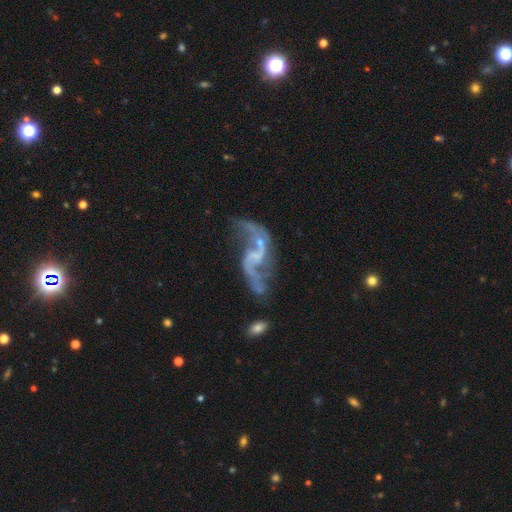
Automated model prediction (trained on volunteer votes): Smooth or featured? Predicted: featured or disk (p=0.87). Edge-on disk? Predicted: no (p=0.96). Bar? Predicted: weak (p=0.45). Spiral arms? Predicted: yes (p=0.90). Spiral winding? Predicted: loose (p=0.84). Spiral arm count? Predicted: 2 (p=0.89). Bulge size? Predicted: small (p=0.45). Merging? Predicted: none (p=0.41).